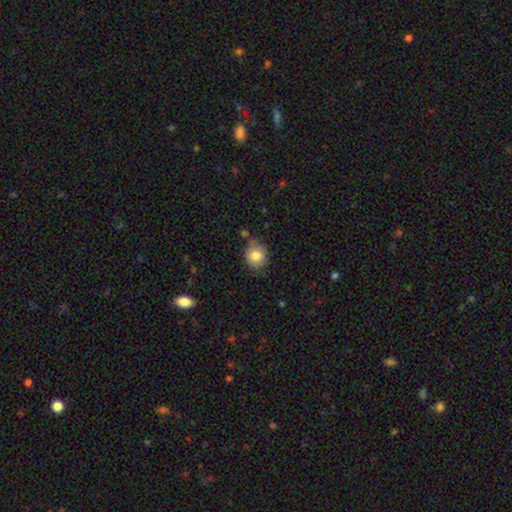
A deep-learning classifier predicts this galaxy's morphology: Smooth or featured?
  - smooth: 82% *
  - star or artifact: 9%
  - featured or disk: 9%
How rounded?
  - round: 76% *
  - in between: 23%
  - cigar-shaped: 1%
Merging?
  - none: 77% *
  - minor disturbance: 16%
  - merger: 4%
  - major disturbance: 3%